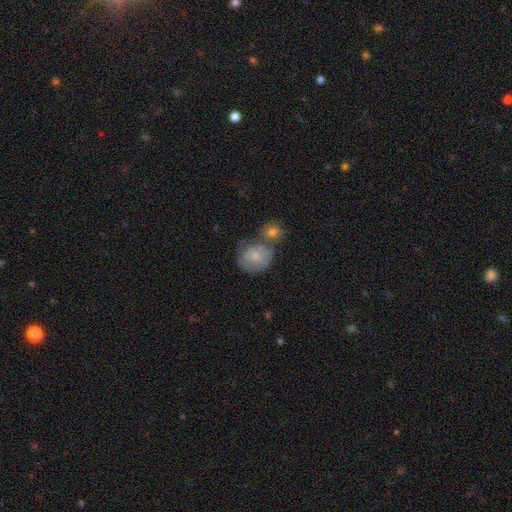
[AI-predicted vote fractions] smooth 70%, featured or disk 23%, star or artifact 7%. Down the decision tree: how rounded — round (75%); merging — none (42%).